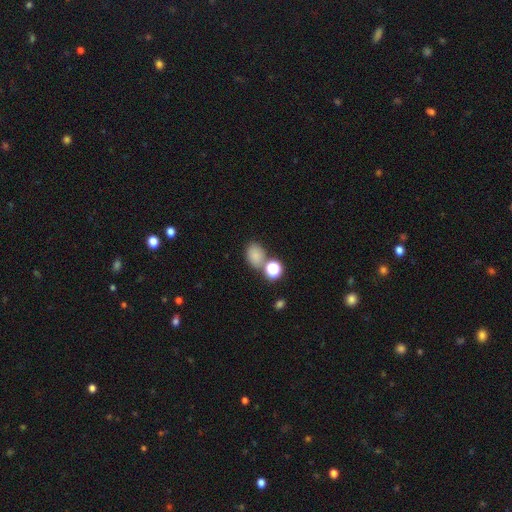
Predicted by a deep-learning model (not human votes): A smooth galaxy with no disk features (77%) that is in between round and cigar-shaped (67%). Merging: none (63%).